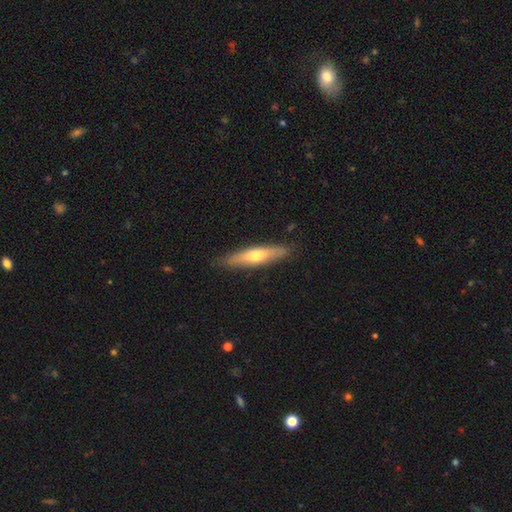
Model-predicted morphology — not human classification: smooth_or_featured: smooth (p=0.55) [alt: featured or disk p=0.40]
how_rounded: cigar-shaped (p=0.80) [alt: in between p=0.18]
merging: none (p=0.87) [alt: minor disturbance p=0.10]